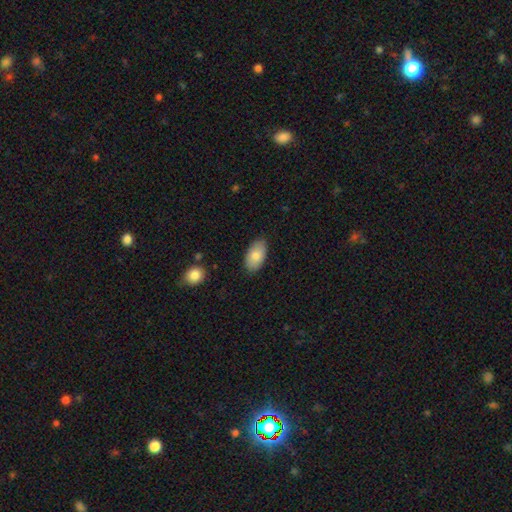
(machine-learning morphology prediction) Smooth or featured?
  - smooth: 81% *
  - featured or disk: 13%
  - star or artifact: 6%
How rounded?
  - in between: 94% *
  - round: 4%
  - cigar-shaped: 2%
Merging?
  - none: 83% *
  - minor disturbance: 13%
  - major disturbance: 2%
  - merger: 1%